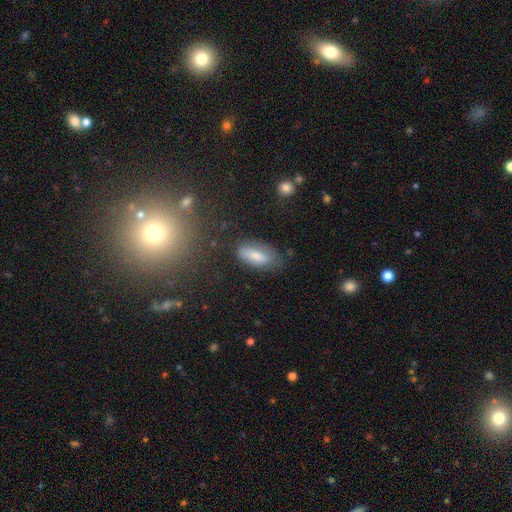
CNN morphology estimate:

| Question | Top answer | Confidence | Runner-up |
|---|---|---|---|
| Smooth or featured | smooth | 76% | featured or disk (16%) |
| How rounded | in between | 81% | cigar-shaped (17%) |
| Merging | none | 70% | minor disturbance (21%) |